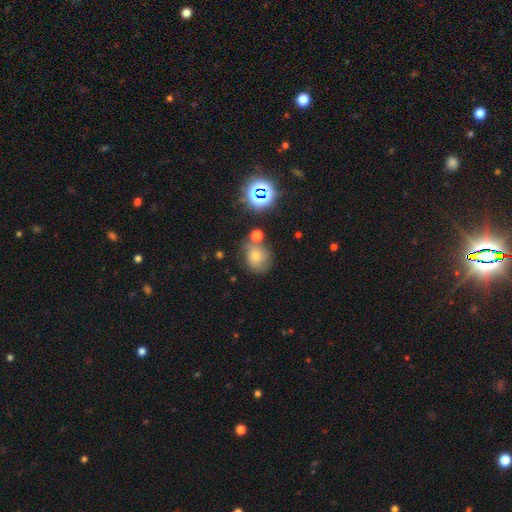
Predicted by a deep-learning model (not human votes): Morphology: type=smooth (62%); roundness=round (68%); merging=none (59%).